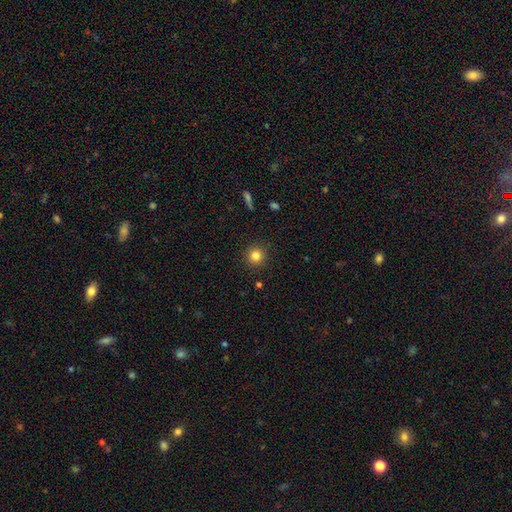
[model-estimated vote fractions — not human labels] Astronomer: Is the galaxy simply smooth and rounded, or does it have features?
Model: smooth — 82%.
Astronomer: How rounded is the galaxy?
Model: round — 94%.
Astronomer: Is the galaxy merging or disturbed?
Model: none — 91%.